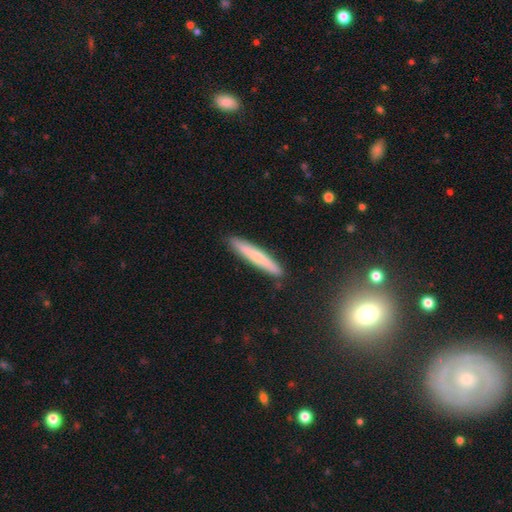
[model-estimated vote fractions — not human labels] A smooth galaxy with no disk features (62%) that is cigar-shaped (95%). Merging: none (90%).